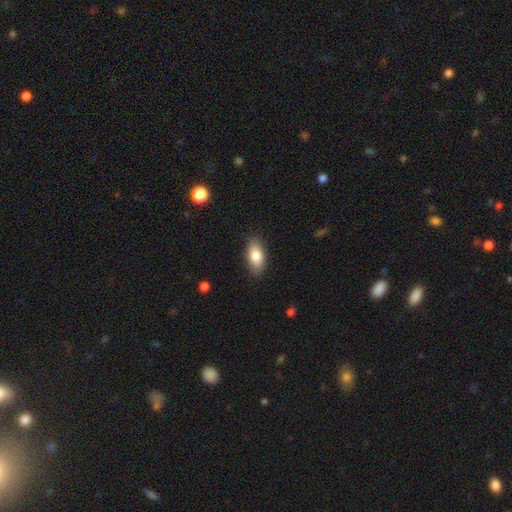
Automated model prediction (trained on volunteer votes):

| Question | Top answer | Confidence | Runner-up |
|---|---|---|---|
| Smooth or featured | smooth | 81% | featured or disk (12%) |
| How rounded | in between | 89% | cigar-shaped (7%) |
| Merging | none | 86% | minor disturbance (10%) |